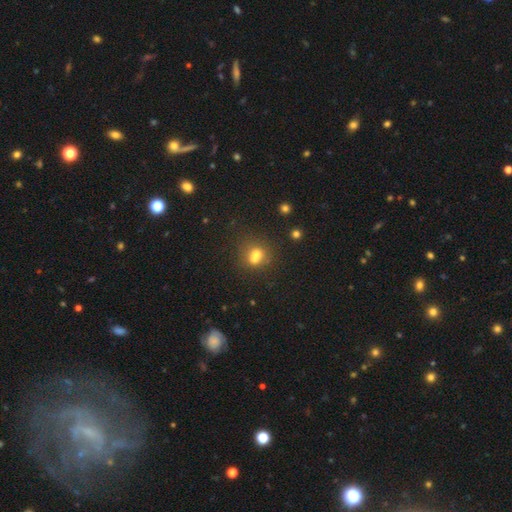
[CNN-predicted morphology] Q: Smooth or featured?
A: smooth (66%); runner-up: featured or disk (17%)
Q: How rounded?
A: round (60%); runner-up: in between (38%)
Q: Merging?
A: merger (44%); runner-up: none (40%)